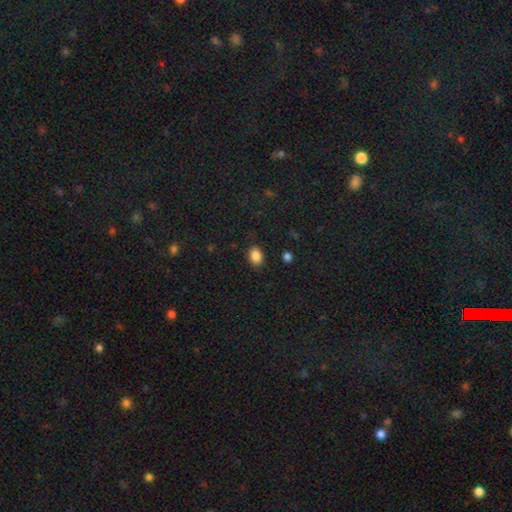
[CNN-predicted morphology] Smooth or featured? Predicted: smooth (p=0.86). How rounded? Predicted: in between (p=0.74). Merging? Predicted: none (p=0.85).